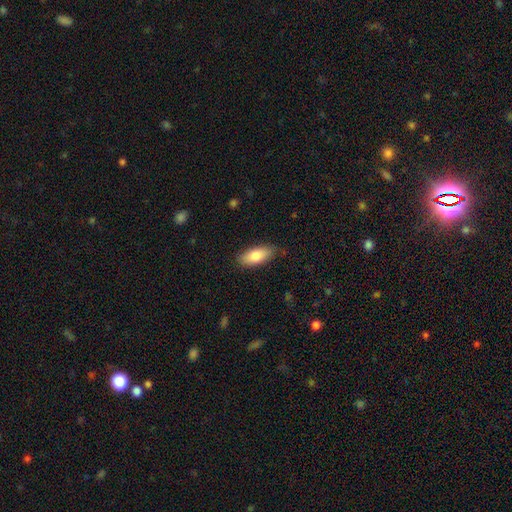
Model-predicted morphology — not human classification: Overall: smooth (82%). How rounded: in between (81%). Merging: none (84%).